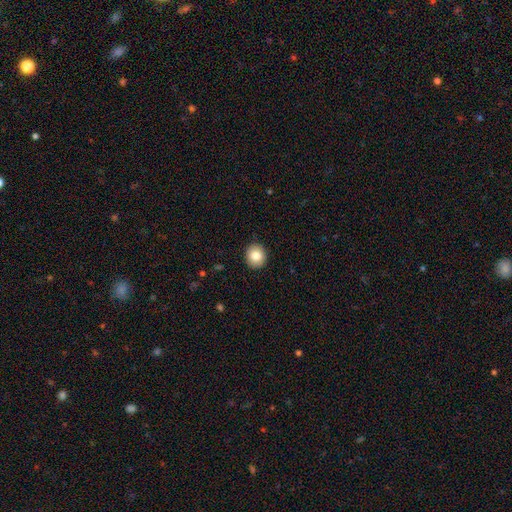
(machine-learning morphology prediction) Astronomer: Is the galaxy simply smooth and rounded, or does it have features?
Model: smooth — 83%.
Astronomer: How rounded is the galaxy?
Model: round — 83%.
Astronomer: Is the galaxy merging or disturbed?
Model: none — 92%.